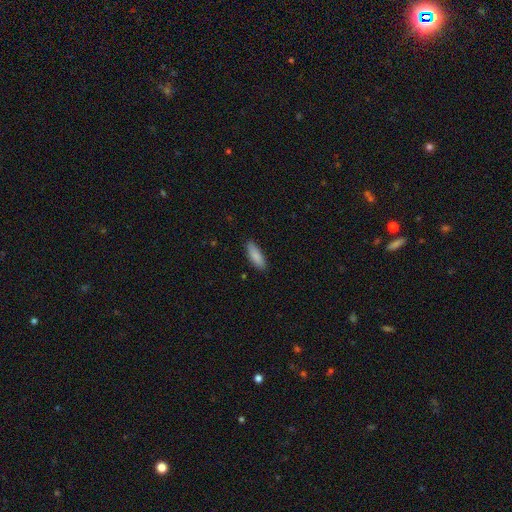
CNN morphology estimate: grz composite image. It shows a smooth galaxy with no disk features (87%) that is in between round and cigar-shaped (58%). Merging: none (87%).